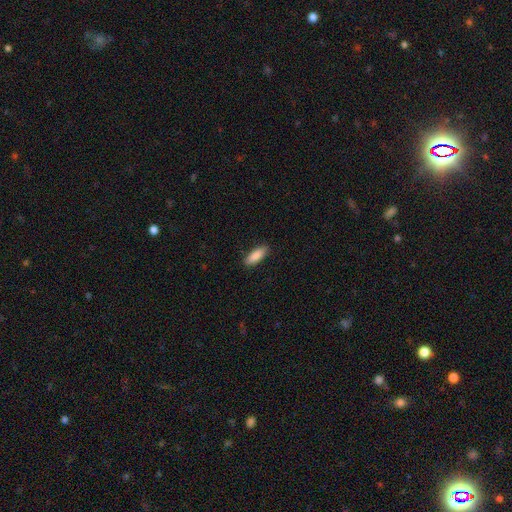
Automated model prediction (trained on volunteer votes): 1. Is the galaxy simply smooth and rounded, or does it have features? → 87% smooth, 7% featured or disk, 6% star or artifact.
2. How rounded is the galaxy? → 65% in between, 33% cigar-shaped, 2% round.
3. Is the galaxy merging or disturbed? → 89% none, 8% minor disturbance, 2% major disturbance, 1% merger.